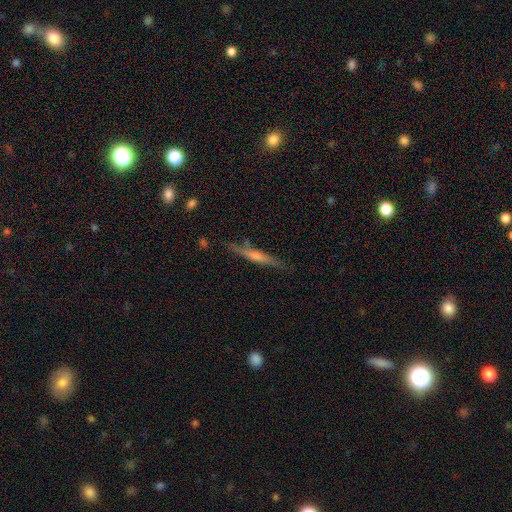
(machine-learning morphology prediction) Q: Smooth or featured?
A: featured or disk (58%); runner-up: smooth (35%)
Q: Edge-on disk?
A: yes (95%); runner-up: no (5%)
Q: Edge-on bulge?
A: rounded (56%); runner-up: none (32%)
Q: Merging?
A: none (81%); runner-up: minor disturbance (14%)